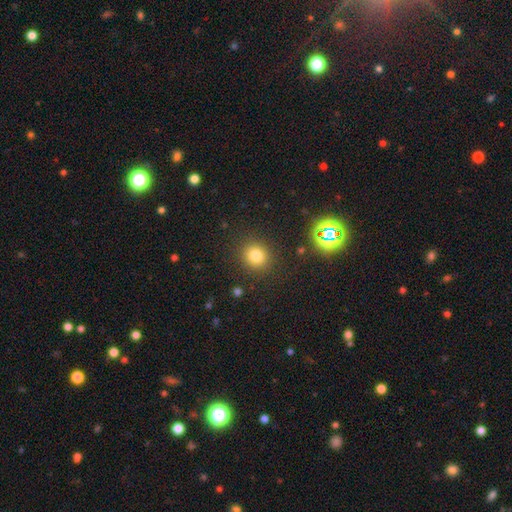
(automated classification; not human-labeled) Morphology: type=smooth (77%); roundness=round (88%); merging=none (88%).